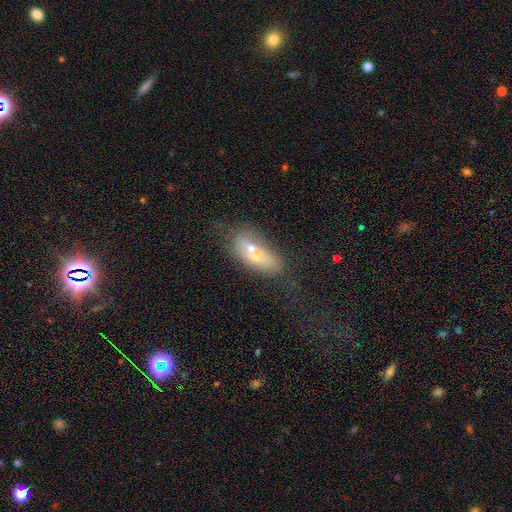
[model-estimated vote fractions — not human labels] A smooth galaxy with no disk features (54%) that is in between round and cigar-shaped (73%). Merging: merger (53%).